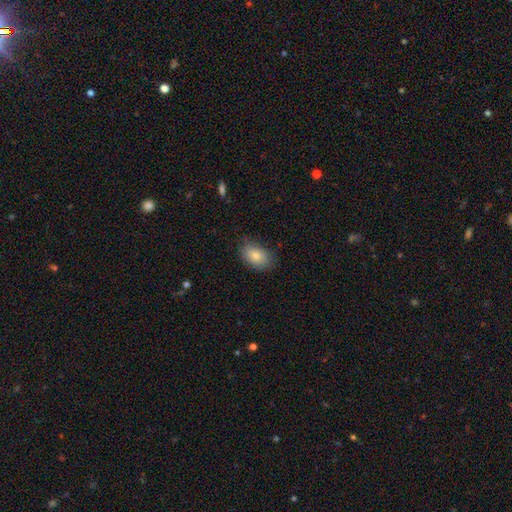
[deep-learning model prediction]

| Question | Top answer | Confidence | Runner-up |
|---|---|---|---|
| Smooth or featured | smooth | 83% | featured or disk (10%) |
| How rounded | in between | 87% | round (12%) |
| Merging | none | 78% | minor disturbance (18%) |